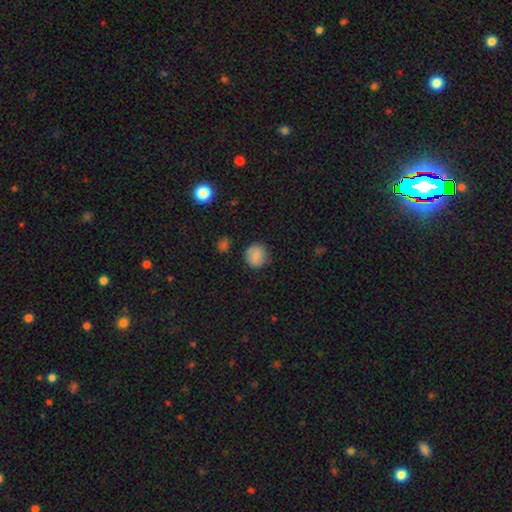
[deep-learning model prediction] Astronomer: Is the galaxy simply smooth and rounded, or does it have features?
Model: smooth — 84%.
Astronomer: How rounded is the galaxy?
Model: round — 88%.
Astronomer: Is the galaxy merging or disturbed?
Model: none — 83%.